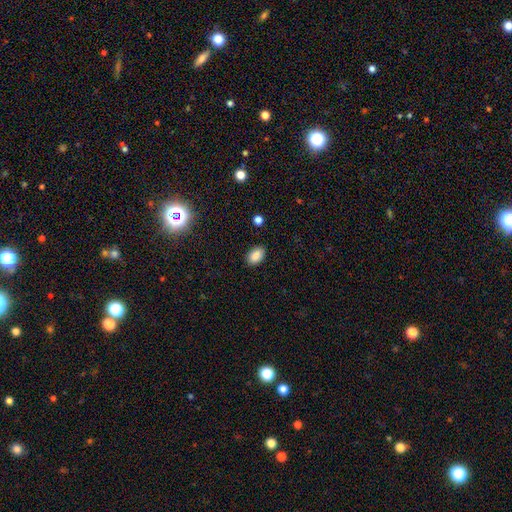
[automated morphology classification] This is clearly a smooth galaxy (87%). How rounded: clearly in between (88%). Merging: clearly none (87%).